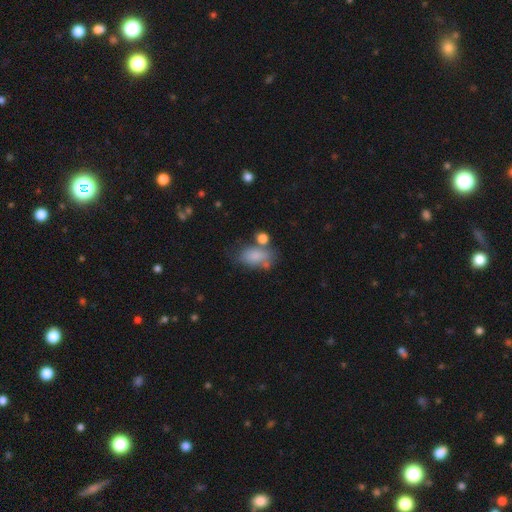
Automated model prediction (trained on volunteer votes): A smooth galaxy with no disk features (78%) that is in between round and cigar-shaped (87%).

Vote fractions:
- Smooth or featured? smooth: 78% / featured or disk: 13% / star or artifact: 9%
- How rounded? in between: 87% / round: 10% / cigar-shaped: 2%
- Merging? none: 42% / minor disturbance: 23% / merger: 21% / major disturbance: 13%